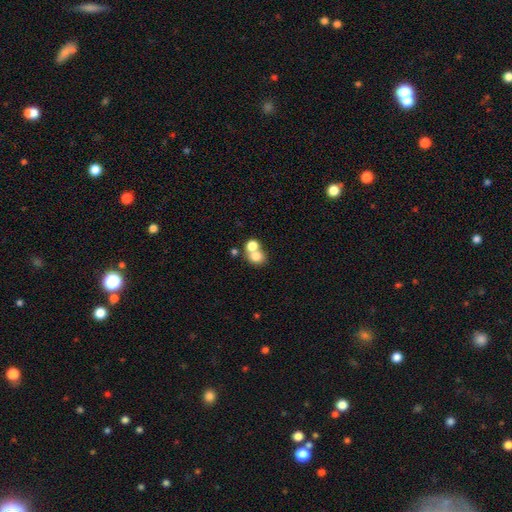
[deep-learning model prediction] Smooth or featured?
  - smooth: 75% *
  - featured or disk: 14%
  - star or artifact: 12%
How rounded?
  - round: 68% *
  - in between: 31%
  - cigar-shaped: 1%
Merging?
  - merger: 55% *
  - none: 36%
  - minor disturbance: 6%
  - major disturbance: 3%